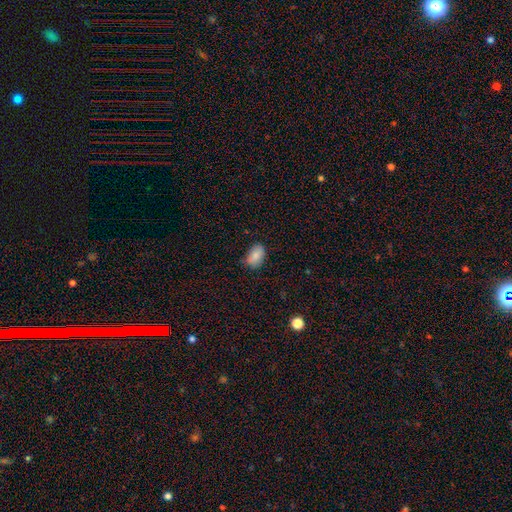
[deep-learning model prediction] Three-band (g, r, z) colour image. It shows a smooth galaxy with no disk features (85%) that is in between round and cigar-shaped (89%). Merging: none (69%).